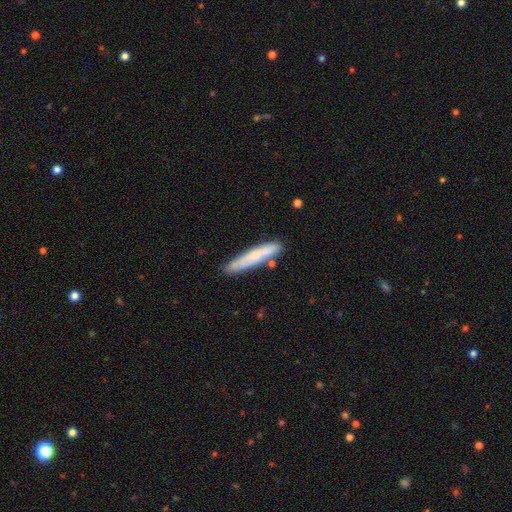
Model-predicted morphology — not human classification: This is likely a smooth galaxy (60%). How rounded: clearly cigar-shaped (91%). Merging: likely none (76%).